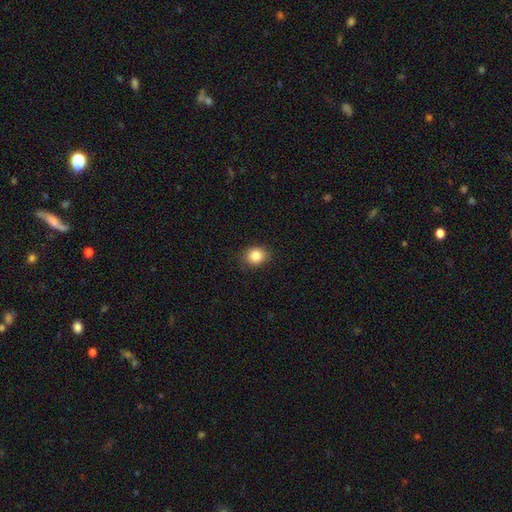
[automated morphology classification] Smooth or featured? smooth (84%)
How rounded? round (71%)
Merging? none (87%)